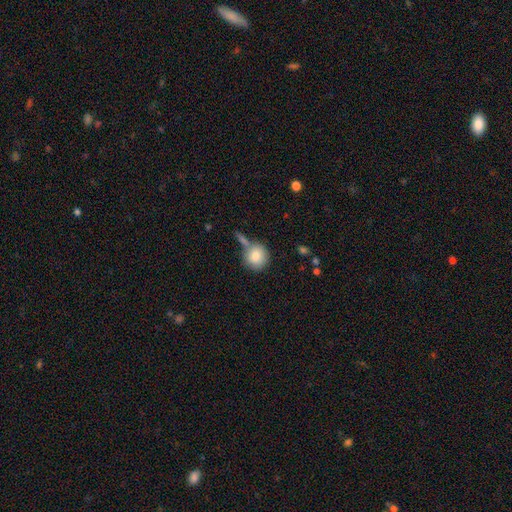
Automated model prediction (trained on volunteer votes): This is clearly a smooth galaxy (83%). How rounded: clearly round (89%). Merging: likely none (61%).